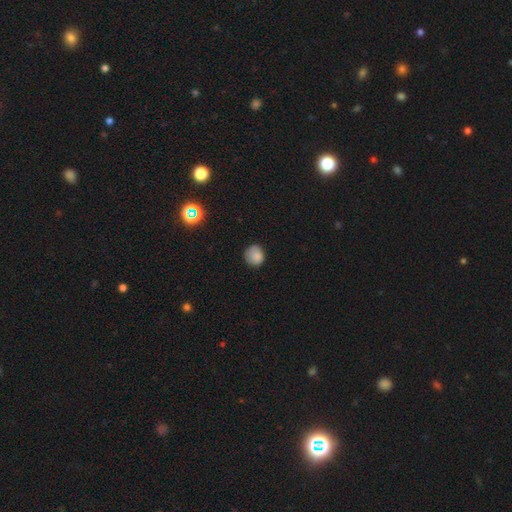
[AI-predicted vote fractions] Smooth or featured? Predicted: smooth (p=0.83). How rounded? Predicted: round (p=0.83). Merging? Predicted: none (p=0.75).